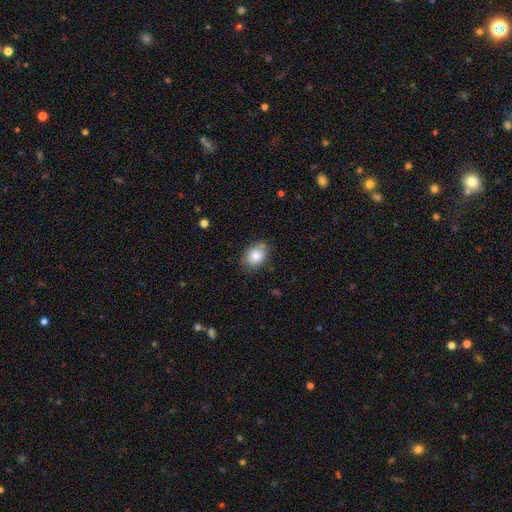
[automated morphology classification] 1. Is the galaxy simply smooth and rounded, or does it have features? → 81% smooth, 11% featured or disk, 9% star or artifact.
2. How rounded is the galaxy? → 67% in between, 32% round, 1% cigar-shaped.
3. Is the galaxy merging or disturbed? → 79% none, 16% minor disturbance, 3% major disturbance, 2% merger.